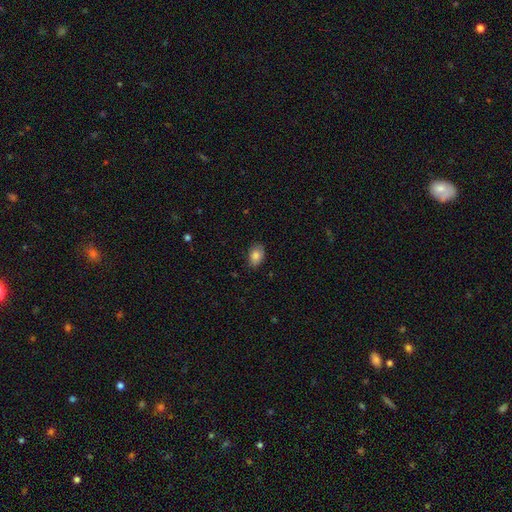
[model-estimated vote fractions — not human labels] Overall: smooth (84%). How rounded: in between (83%). Merging: none (80%).